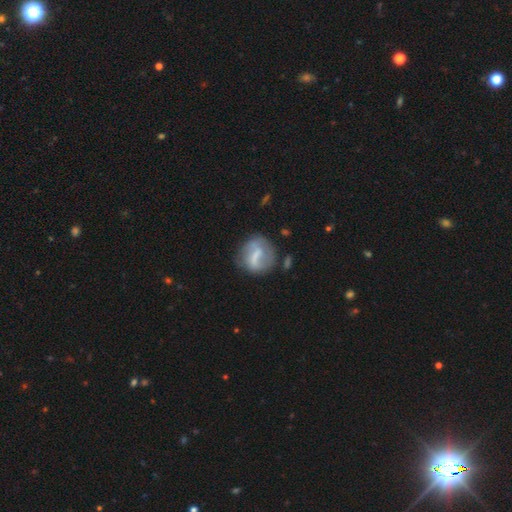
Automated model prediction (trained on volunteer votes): smooth-or-featured: featured or disk: 50% | smooth: 42% | star or artifact: 8%
  disk-edge-on: no: 94% | yes: 6%
  merging: none: 61% | minor disturbance: 22% | major disturbance: 12% | merger: 5%